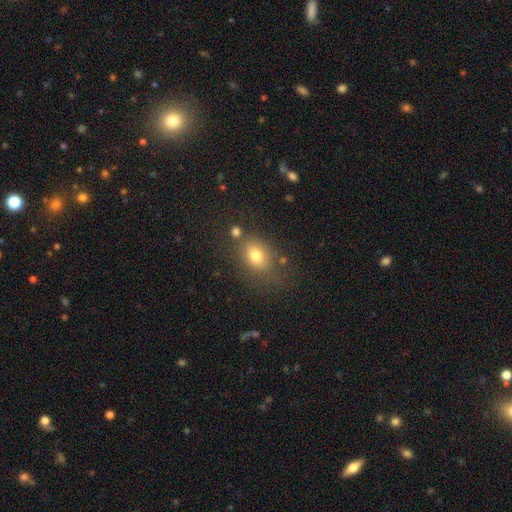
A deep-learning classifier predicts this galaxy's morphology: Smooth or featured? smooth (76%)
How rounded? in between (64%)
Merging? none (66%)